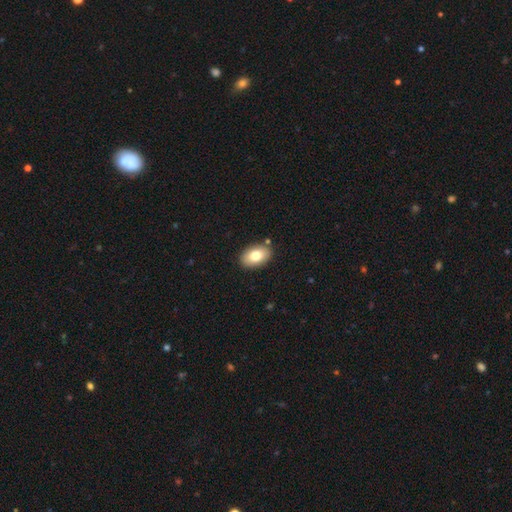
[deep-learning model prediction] smooth 78%, featured or disk 15%, star or artifact 7%. Down the decision tree: how rounded — in between (89%); merging — none (87%).